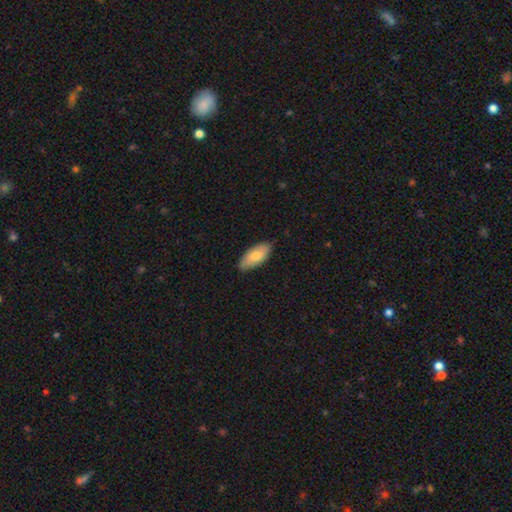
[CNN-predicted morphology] type=smooth (77%); roundness=in between (89%); merging=none (81%).